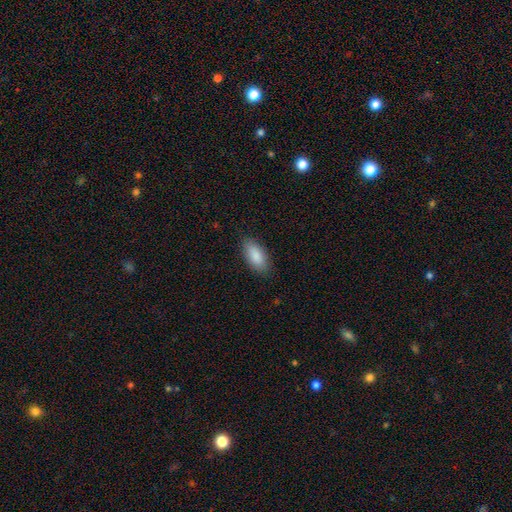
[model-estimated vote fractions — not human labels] Morphology: type=smooth (89%); roundness=in between (90%); merging=none (86%).